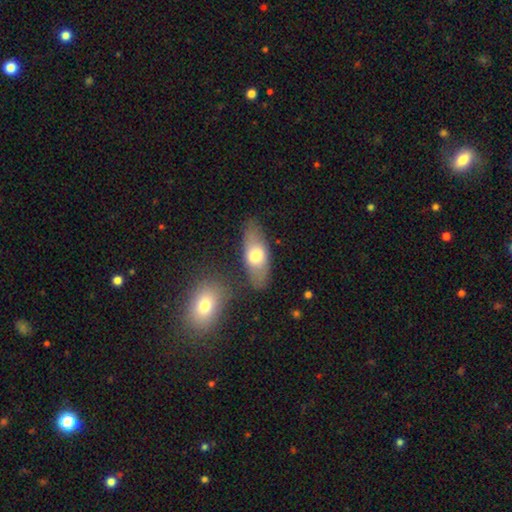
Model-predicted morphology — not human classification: A smooth galaxy with no disk features (64%) that is in between round and cigar-shaped (76%).

Vote fractions:
- Smooth or featured? smooth: 64% / featured or disk: 29% / star or artifact: 6%
- How rounded? in between: 76% / cigar-shaped: 20% / round: 4%
- Merging? none: 74% / minor disturbance: 15% / merger: 7% / major disturbance: 5%